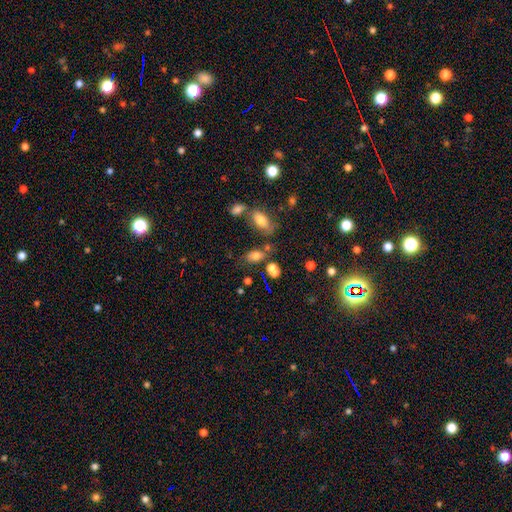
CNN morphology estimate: type=smooth (76%); roundness=in between (86%); merging=none (61%).